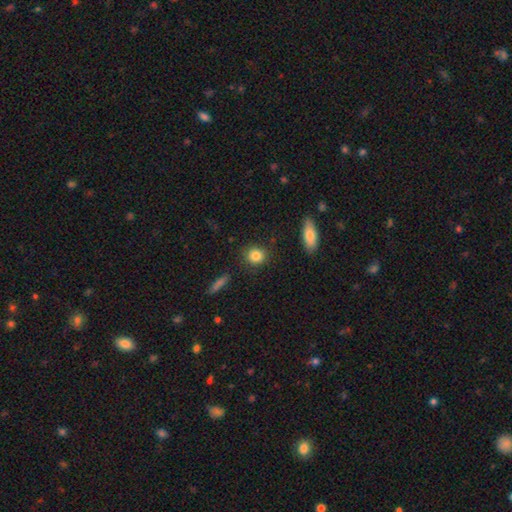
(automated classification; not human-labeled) Morphology: type=smooth (85%); roundness=round (76%); merging=none (86%).